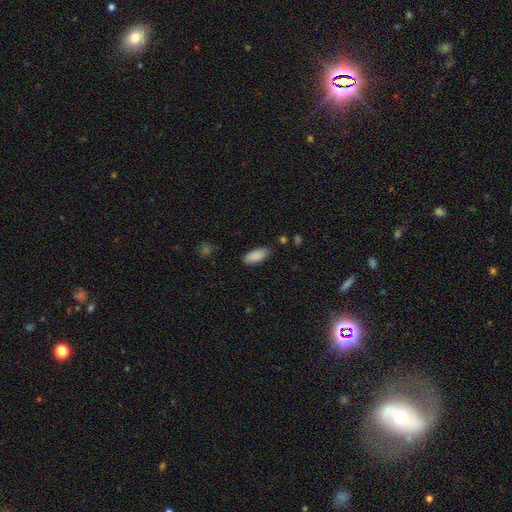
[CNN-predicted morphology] type=smooth (90%); roundness=in between (89%); merging=none (81%).